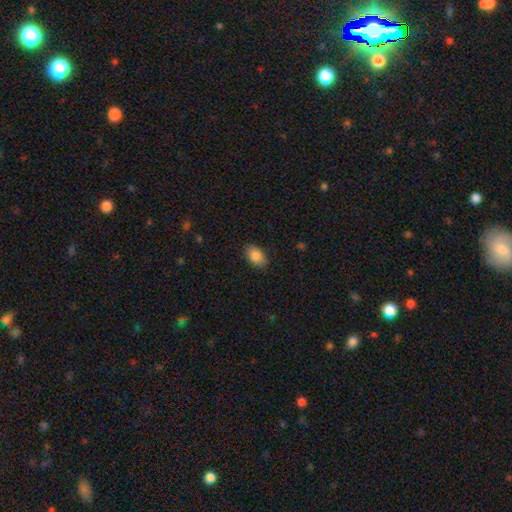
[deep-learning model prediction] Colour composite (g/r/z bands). It shows a smooth galaxy with no disk features (87%) that is in between round and cigar-shaped (89%). Merging: none (87%).